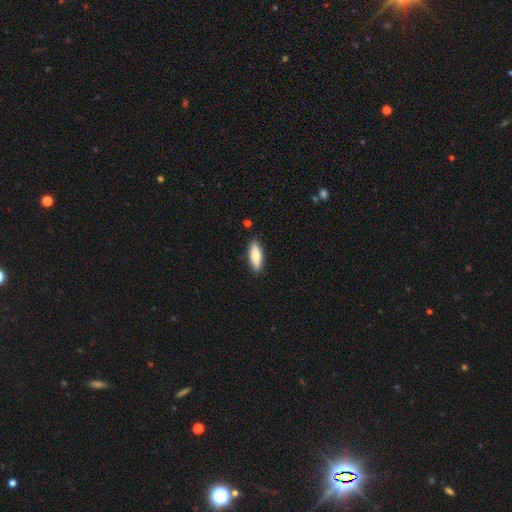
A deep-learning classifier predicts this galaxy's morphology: A smooth galaxy with no disk features (78%) that is in between round and cigar-shaped (64%).

Vote fractions:
- Smooth or featured? smooth: 78% / featured or disk: 16% / star or artifact: 6%
- How rounded? in between: 64% / cigar-shaped: 34% / round: 2%
- Merging? none: 86% / minor disturbance: 10% / major disturbance: 2% / merger: 2%